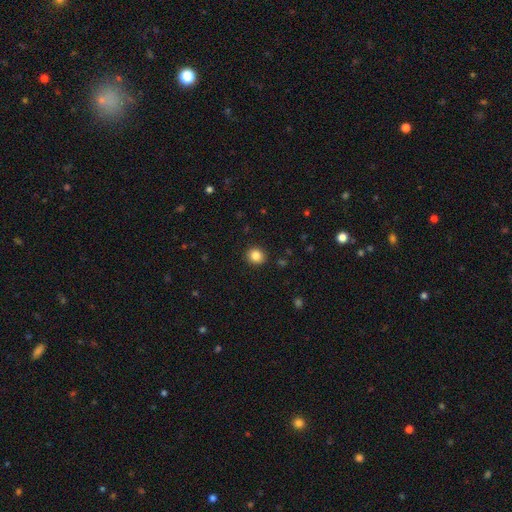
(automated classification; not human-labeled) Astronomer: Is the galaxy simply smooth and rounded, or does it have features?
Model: smooth — 84%.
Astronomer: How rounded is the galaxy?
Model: round — 85%.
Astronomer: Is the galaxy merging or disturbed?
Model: none — 91%.